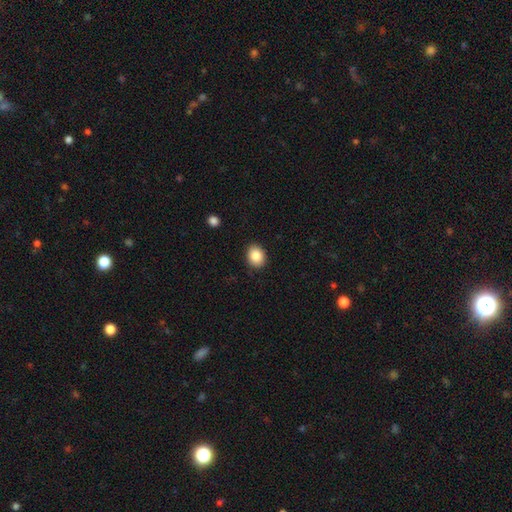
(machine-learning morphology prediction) This is clearly a smooth galaxy (86%). How rounded: possibly round (50%). Merging: clearly none (89%).